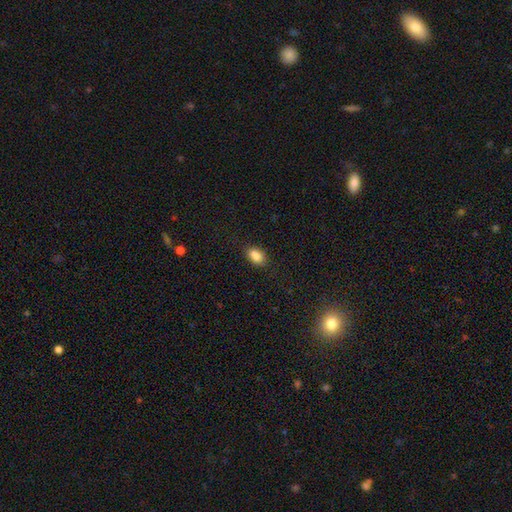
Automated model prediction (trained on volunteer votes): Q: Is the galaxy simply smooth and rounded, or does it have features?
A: smooth — 85%.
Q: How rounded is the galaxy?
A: in between — 87%.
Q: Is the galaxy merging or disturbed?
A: none — 77%.